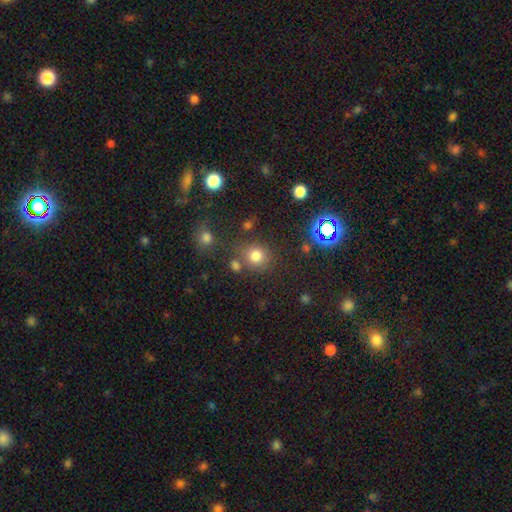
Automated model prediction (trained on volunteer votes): Smooth or featured?
  - smooth: 74% *
  - star or artifact: 18%
  - featured or disk: 7%
How rounded?
  - round: 87% *
  - in between: 12%
  - cigar-shaped: 1%
Merging?
  - none: 72% *
  - merger: 12%
  - minor disturbance: 11%
  - major disturbance: 5%